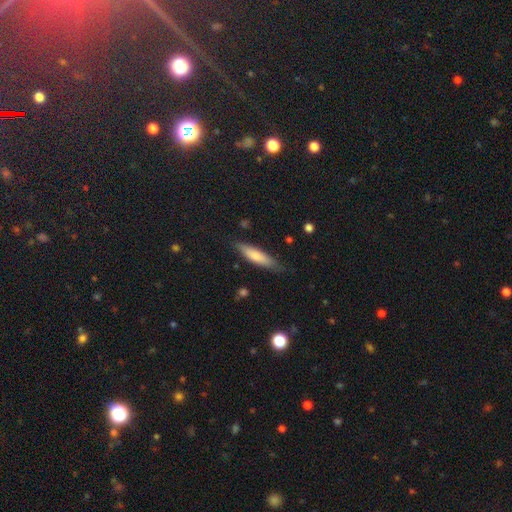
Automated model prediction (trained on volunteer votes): A smooth galaxy with no disk features (71%) that is cigar-shaped (68%).

Vote fractions:
- Smooth or featured? smooth: 71% / featured or disk: 23% / star or artifact: 6%
- How rounded? cigar-shaped: 68% / in between: 30% / round: 2%
- Merging? none: 76% / minor disturbance: 19% / major disturbance: 4% / merger: 2%